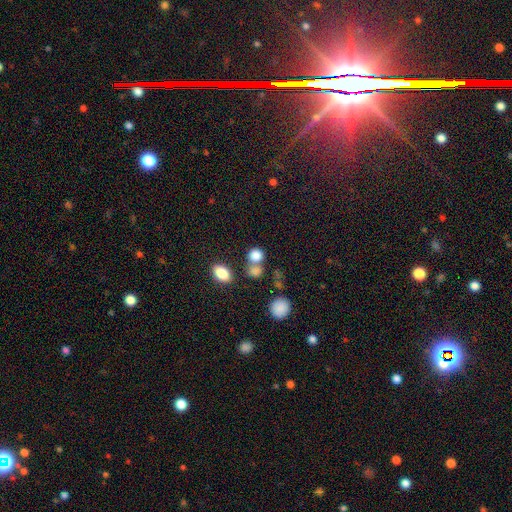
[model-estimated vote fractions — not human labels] smooth-or-featured: smooth: 82% | star or artifact: 11% | featured or disk: 7%
  how-rounded: round: 73% | in between: 25% | cigar-shaped: 2%
  merging: none: 48% | merger: 37% | minor disturbance: 10% | major disturbance: 6%